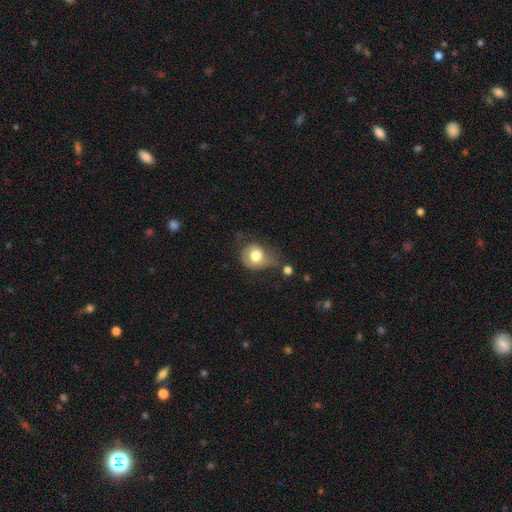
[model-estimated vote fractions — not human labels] Smooth or featured: smooth — 73% (featured or disk — 19%)
How rounded: round — 66% (in between — 33%)
Merging: none — 33% (tied with minor disturbance — 33%)